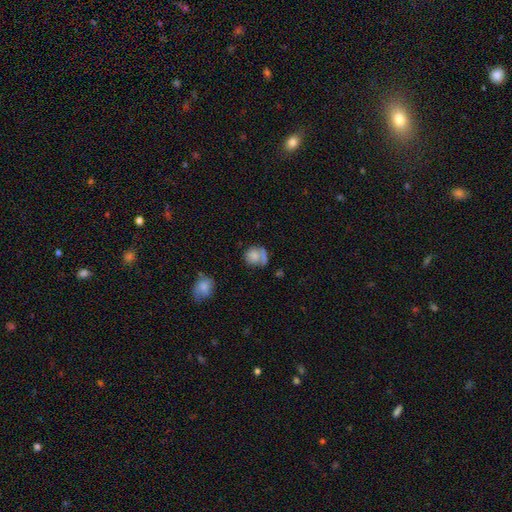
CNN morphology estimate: Overall: smooth (70%). How rounded: round (79%). Merging: none (53%; minor disturbance 20%).